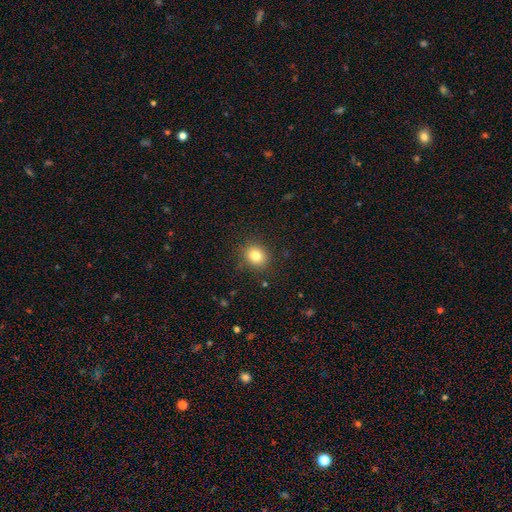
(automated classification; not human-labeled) This is clearly a smooth galaxy (81%). How rounded: likely round (68%). Merging: clearly none (87%).